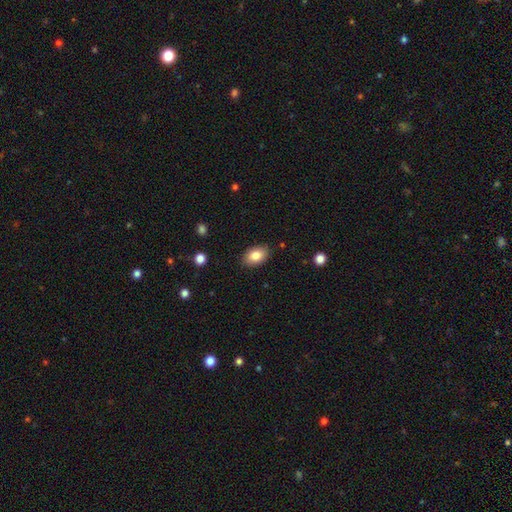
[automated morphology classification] Q: Smooth or featured?
A: smooth (83%); runner-up: featured or disk (9%)
Q: How rounded?
A: in between (90%); runner-up: round (9%)
Q: Merging?
A: none (87%); runner-up: minor disturbance (10%)